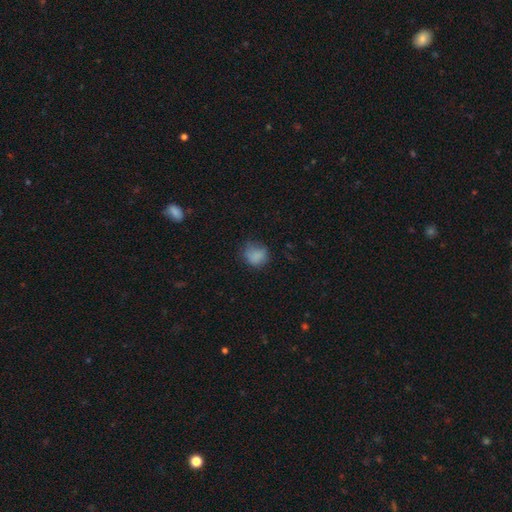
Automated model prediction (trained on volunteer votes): Q: Smooth or featured?
A: smooth (82%); runner-up: star or artifact (11%)
Q: How rounded?
A: round (73%); runner-up: in between (26%)
Q: Merging?
A: none (63%); runner-up: minor disturbance (25%)